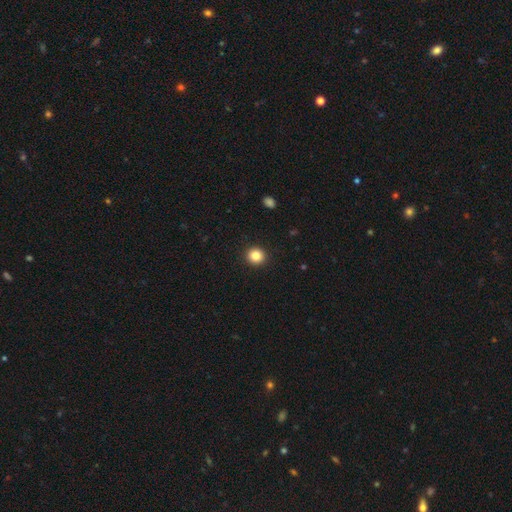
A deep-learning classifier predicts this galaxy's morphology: smooth 84%, star or artifact 10%, featured or disk 5%. Down the decision tree: how rounded — round (89%); merging — none (93%).